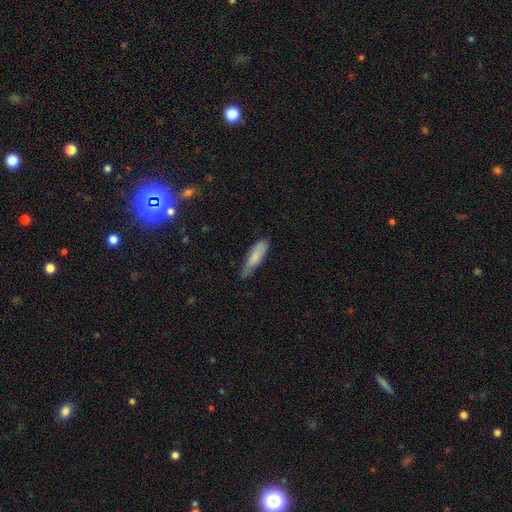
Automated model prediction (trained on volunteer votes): This is likely a smooth galaxy (79%). How rounded: likely cigar-shaped (62%). Merging: possibly none (58%).